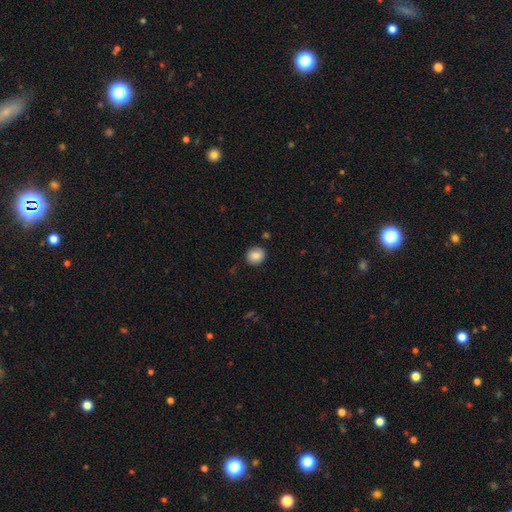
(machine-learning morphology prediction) type=smooth (86%); roundness=round (84%); merging=none (88%).